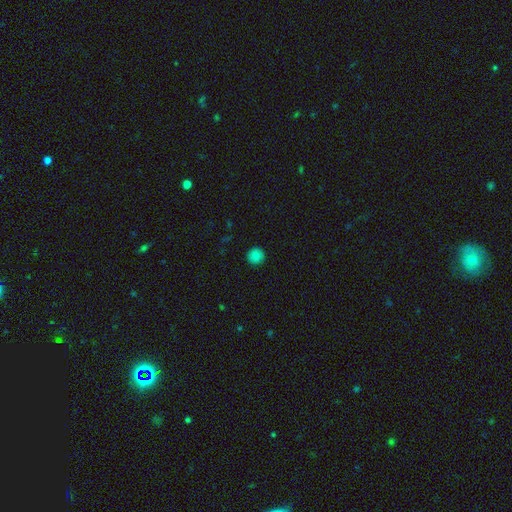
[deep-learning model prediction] Overall: smooth (84%). How rounded: round (94%). Merging: none (91%).